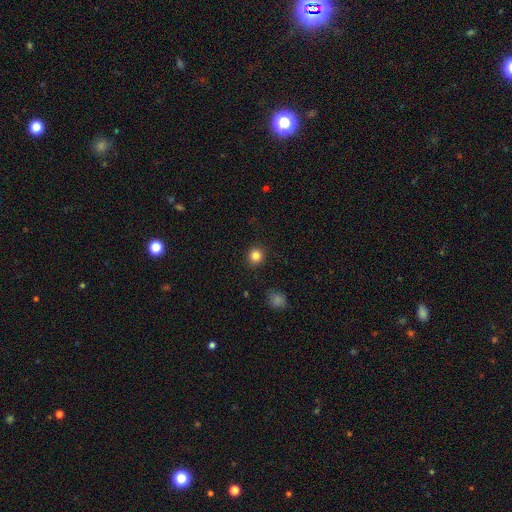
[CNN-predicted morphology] A smooth galaxy with no disk features (84%) that is round (90%). Merging: none (91%).